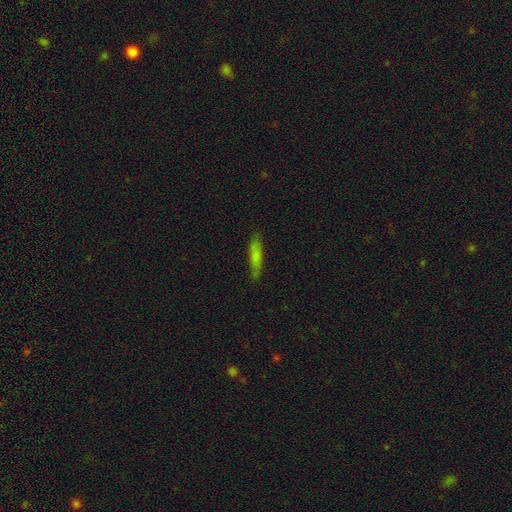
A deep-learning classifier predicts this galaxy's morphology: This appears to be a smooth galaxy with no disk features (76%) that is cigar-shaped (75%). Merging: none (81%).